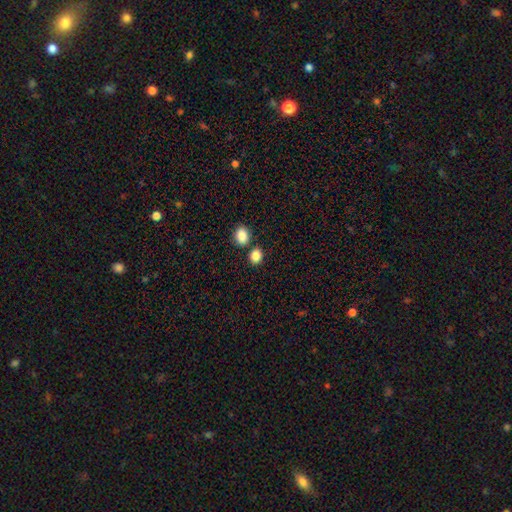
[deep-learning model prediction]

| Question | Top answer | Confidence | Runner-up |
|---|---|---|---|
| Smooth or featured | smooth | 87% | star or artifact (10%) |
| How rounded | round | 65% | in between (34%) |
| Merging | none | 73% | merger (16%) |